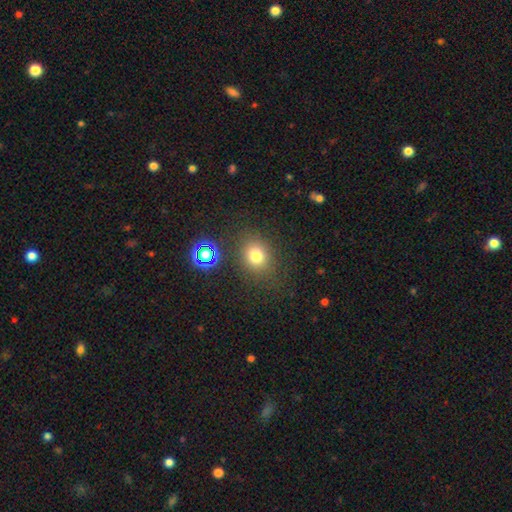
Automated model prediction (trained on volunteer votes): Morphology: type=smooth (75%); roundness=round (59%); merging=none (78%).